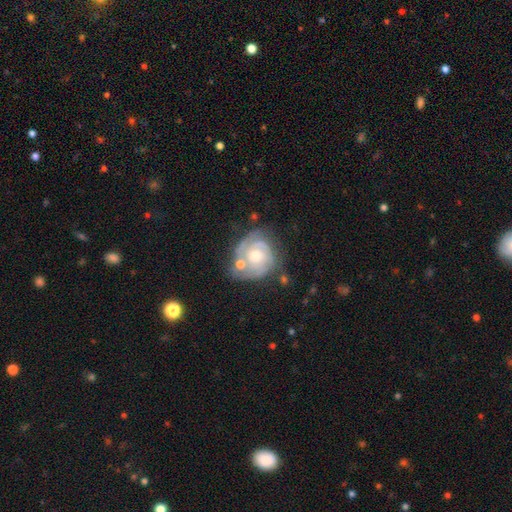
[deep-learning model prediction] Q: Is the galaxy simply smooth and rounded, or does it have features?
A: featured or disk — 81%.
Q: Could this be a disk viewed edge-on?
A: no — 98%.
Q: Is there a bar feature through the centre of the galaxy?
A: no — 73%.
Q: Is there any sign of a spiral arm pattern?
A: yes — 93%.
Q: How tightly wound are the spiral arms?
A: tight — 68%.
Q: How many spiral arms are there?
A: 2 — 40%.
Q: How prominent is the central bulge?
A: moderate — 65%.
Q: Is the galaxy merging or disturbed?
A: none — 53%.